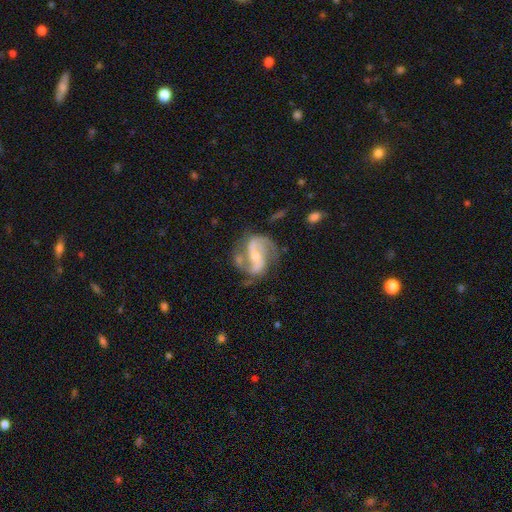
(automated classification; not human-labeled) Morphology: type=featured or disk (88%); edge-on=no (97%); bar=strong (38%); spiral arms=yes (96%); winding=medium (51%); arm count=2 (87%); bulge=small (50%); merging=none (64%).